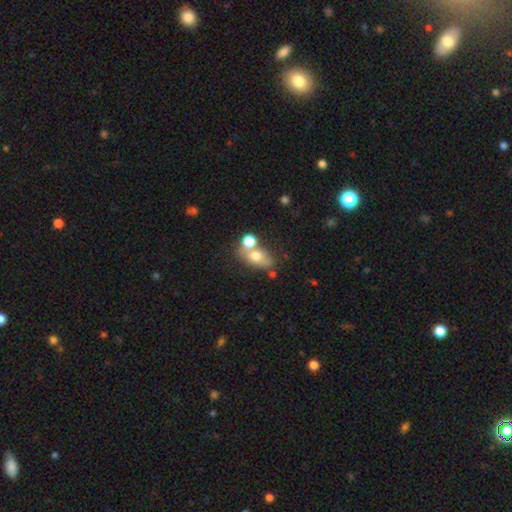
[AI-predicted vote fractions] smooth_or_featured: smooth (p=0.68) [alt: featured or disk p=0.21]
how_rounded: in between (p=0.74) [alt: round p=0.24]
merging: none (p=0.45) [alt: merger p=0.34]